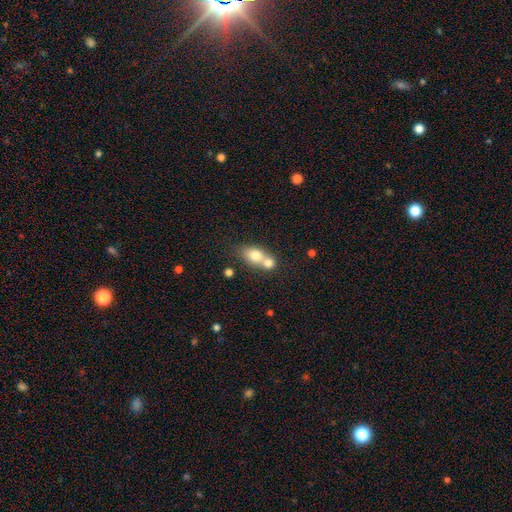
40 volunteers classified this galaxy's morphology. Q: Smooth or featured?
A: smooth (70%); runner-up: featured or disk (20%)
Q: How rounded?
A: in between (64%); runner-up: round (29%)
Q: Merging?
A: merger (67%); runner-up: none (28%)